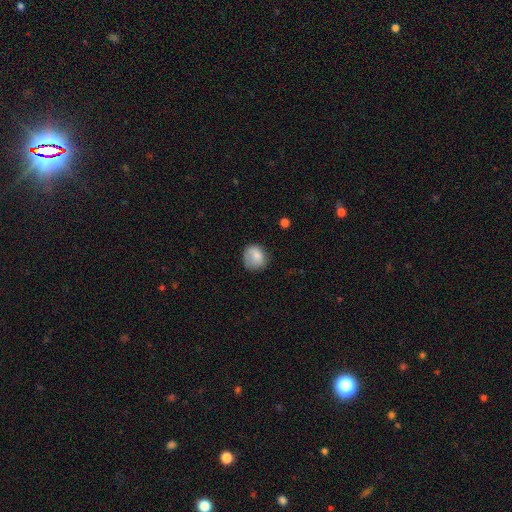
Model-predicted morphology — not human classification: Smooth or featured: smooth — 80% (featured or disk — 11%)
How rounded: round — 76% (in between — 23%)
Merging: none — 65% (minor disturbance — 24%)